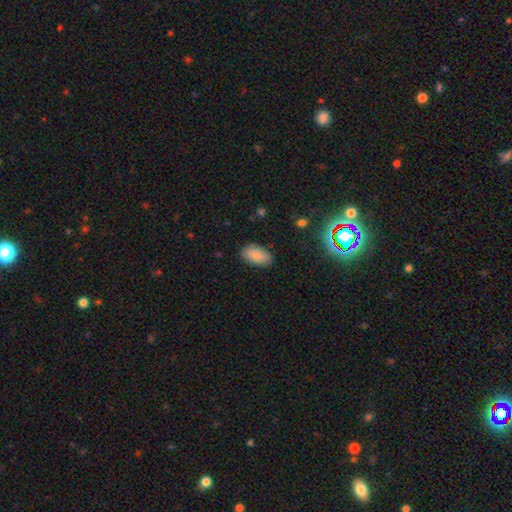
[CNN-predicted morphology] The model was most divided on "merging": none: 85%, minor disturbance: 11%, major disturbance: 3%, merger: 1%. More confident: how rounded — in between (94%); smooth or featured — smooth (86%).